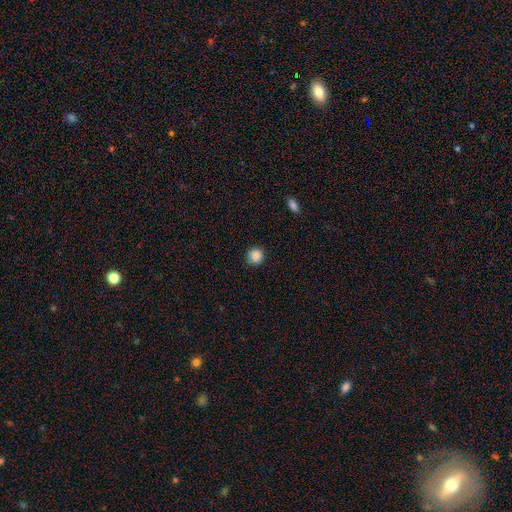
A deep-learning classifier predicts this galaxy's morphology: smooth 87%, star or artifact 10%, featured or disk 3%. Down the decision tree: how rounded — round (89%); merging — none (85%).